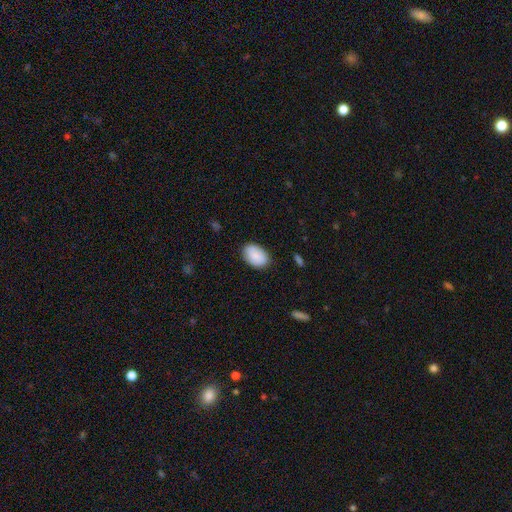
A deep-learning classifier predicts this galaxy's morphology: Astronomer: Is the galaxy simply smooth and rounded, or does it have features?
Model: smooth — 87%.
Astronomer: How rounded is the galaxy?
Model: in between — 88%.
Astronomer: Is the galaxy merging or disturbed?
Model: none — 84%.